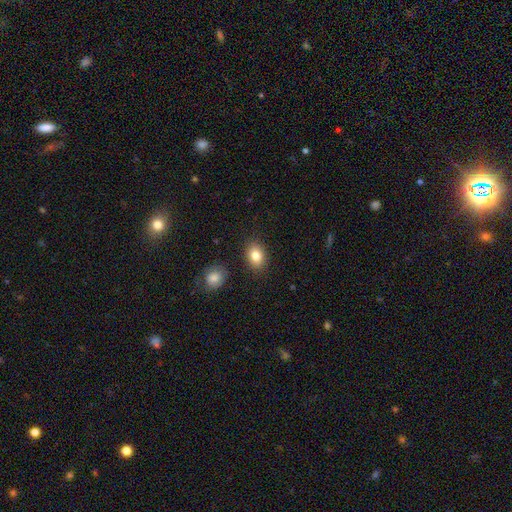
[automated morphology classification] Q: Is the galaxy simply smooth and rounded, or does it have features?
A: smooth — 83%.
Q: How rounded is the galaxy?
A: in between — 72%.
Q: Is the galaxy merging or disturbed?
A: none — 86%.